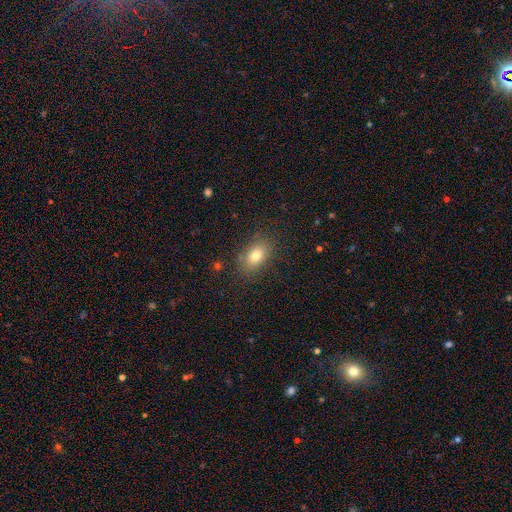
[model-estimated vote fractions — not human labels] Smooth or featured? Predicted: smooth (p=0.79). How rounded? Predicted: in between (p=0.84). Merging? Predicted: none (p=0.82).